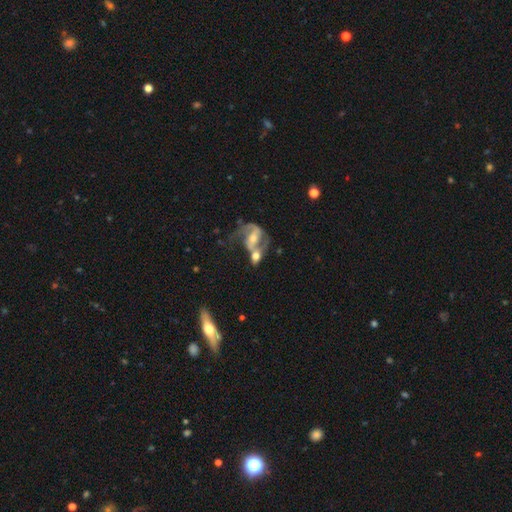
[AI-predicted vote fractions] Morphology: type=featured or disk (63%); edge-on=no (95%); bar=weak (39%); spiral arms=yes (78%); bulge=moderate (54%); merging=merger (57%).